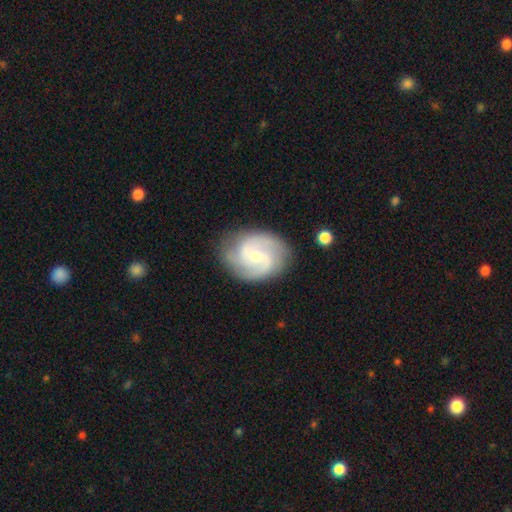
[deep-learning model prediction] Morphology: type=featured or disk (85%); edge-on=no (98%); bar=weak (52%); spiral arms=yes (97%); winding=medium (53%); arm count=2 (60%); bulge=small (63%); merging=none (79%).